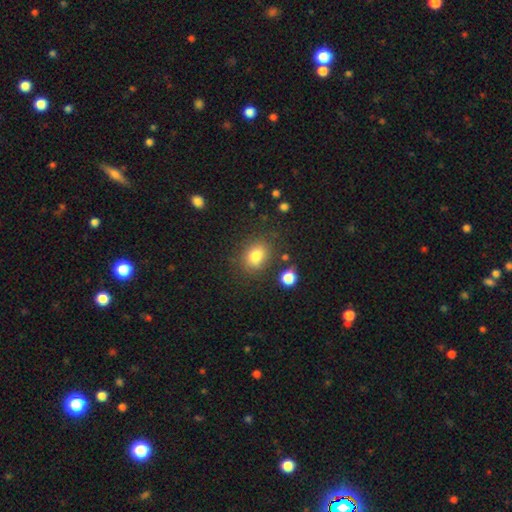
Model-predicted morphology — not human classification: Smooth or featured?
  - smooth: 81% *
  - star or artifact: 11%
  - featured or disk: 8%
How rounded?
  - in between: 50% *
  - round: 49%
  - cigar-shaped: 1%
Merging?
  - none: 78% *
  - minor disturbance: 13%
  - merger: 5%
  - major disturbance: 5%